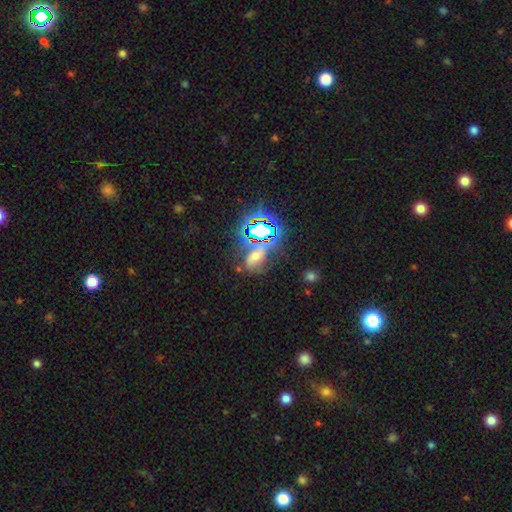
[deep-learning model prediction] Smooth or featured? star or artifact (49%)